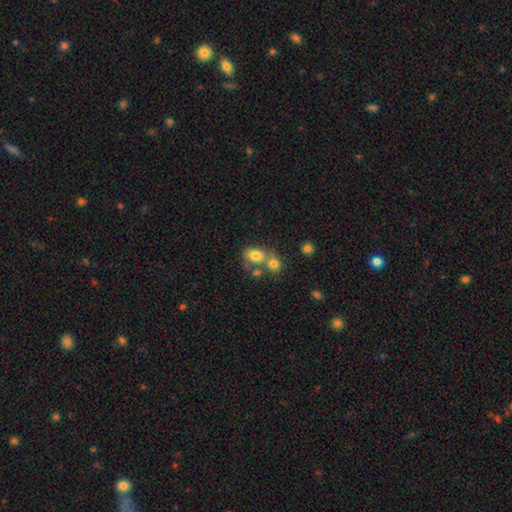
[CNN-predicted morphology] smooth-or-featured: smooth: 77% | featured or disk: 12% | star or artifact: 11%
  how-rounded: in between: 62% | round: 37% | cigar-shaped: 1%
  merging: merger: 44% | none: 40% | minor disturbance: 11% | major disturbance: 5%